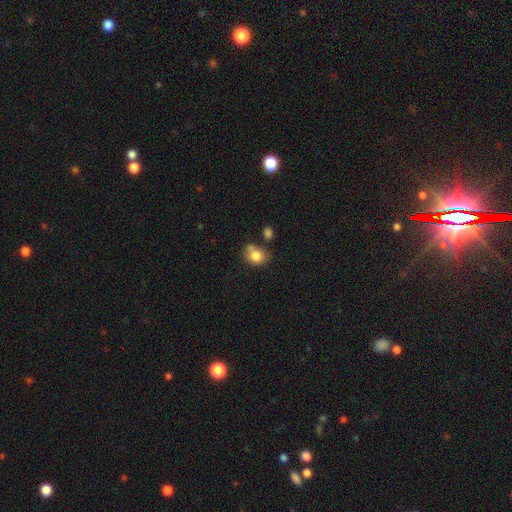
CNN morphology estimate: Smooth or featured?
  - smooth: 81% *
  - featured or disk: 10%
  - star or artifact: 9%
How rounded?
  - round: 53% *
  - in between: 46%
  - cigar-shaped: 1%
Merging?
  - none: 52% *
  - minor disturbance: 23%
  - merger: 17%
  - major disturbance: 8%